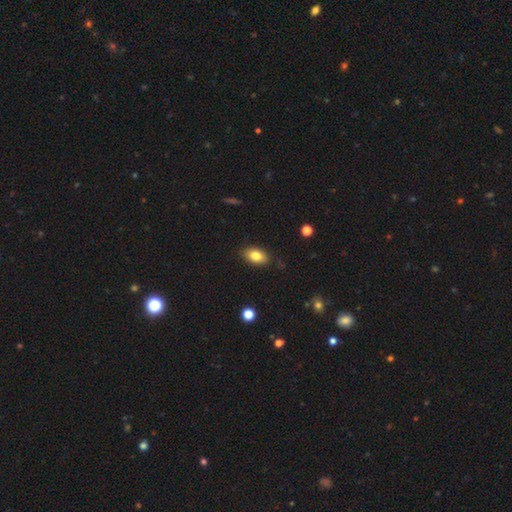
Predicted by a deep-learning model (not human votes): smooth 81%, featured or disk 10%, star or artifact 8%. Down the decision tree: how rounded — in between (89%); merging — none (85%).